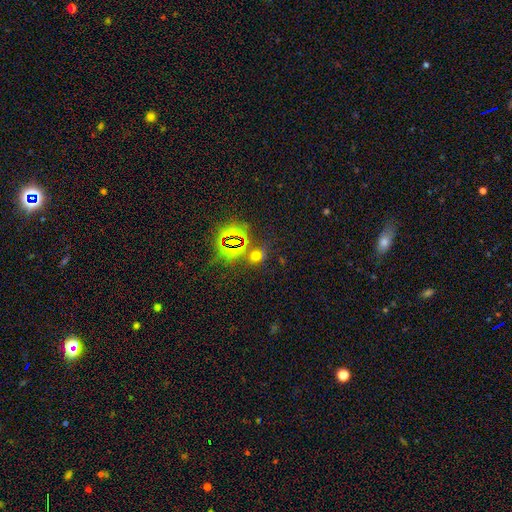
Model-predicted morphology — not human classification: type=star or artifact (48%).